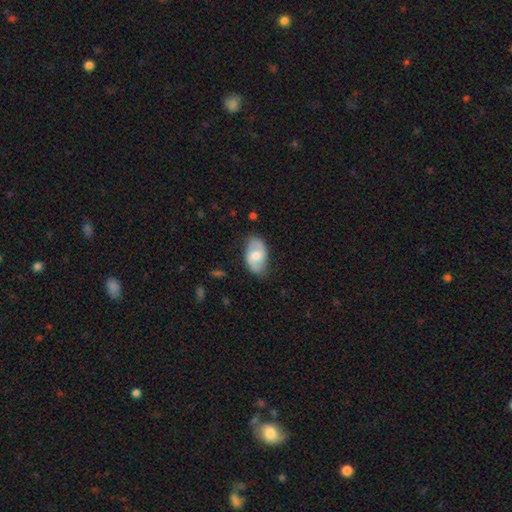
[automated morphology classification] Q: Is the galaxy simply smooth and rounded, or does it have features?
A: smooth — 51%.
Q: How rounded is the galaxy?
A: in between — 92%.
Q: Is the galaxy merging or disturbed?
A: none — 74%.